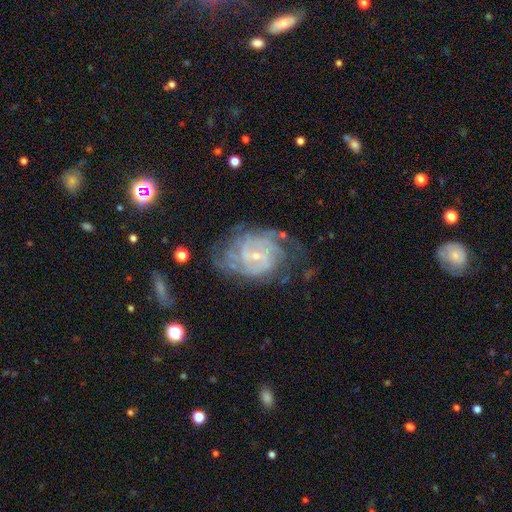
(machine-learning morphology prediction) Smooth or featured? Predicted: featured or disk (p=0.85). Edge-on disk? Predicted: no (p=0.97). Bar? Predicted: no (p=0.49). Spiral arms? Predicted: yes (p=0.95). Spiral winding? Predicted: tight (p=0.63). Spiral arm count? Predicted: can't tell (p=0.36). Bulge size? Predicted: small (p=0.80). Merging? Predicted: none (p=0.61).